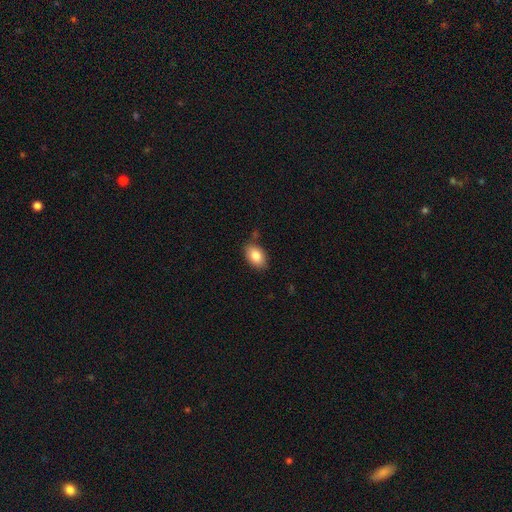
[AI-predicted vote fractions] smooth-or-featured: smooth: 84% | featured or disk: 9% | star or artifact: 7%
  how-rounded: in between: 89% | round: 10% | cigar-shaped: 1%
  merging: none: 82% | minor disturbance: 12% | merger: 3% | major disturbance: 3%